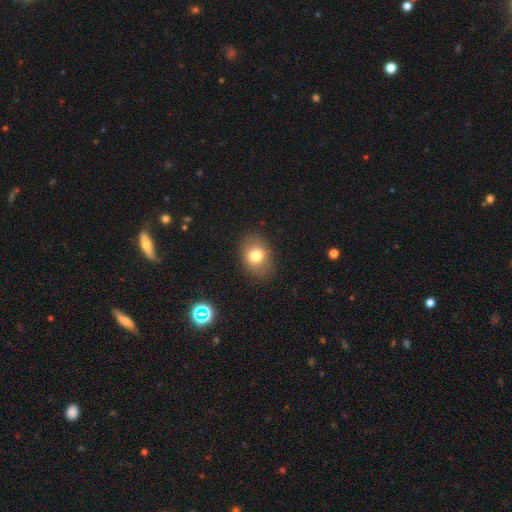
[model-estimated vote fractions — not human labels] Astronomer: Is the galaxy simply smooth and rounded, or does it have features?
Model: smooth — 77%.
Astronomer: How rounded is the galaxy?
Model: in between — 64%.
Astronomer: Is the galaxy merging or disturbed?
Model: none — 84%.